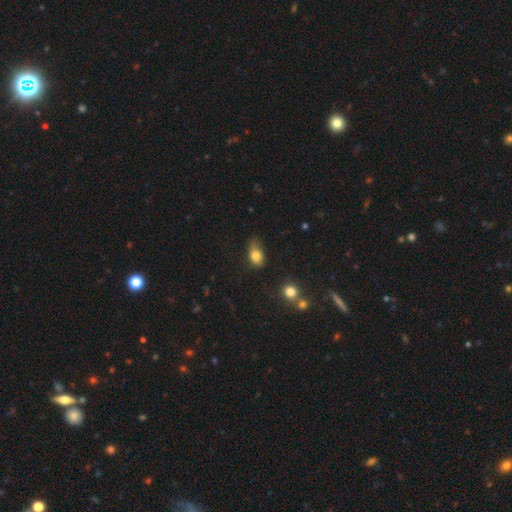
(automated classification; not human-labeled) This is clearly a smooth galaxy (81%). How rounded: clearly in between (84%). Merging: marginally minor disturbance (42%).